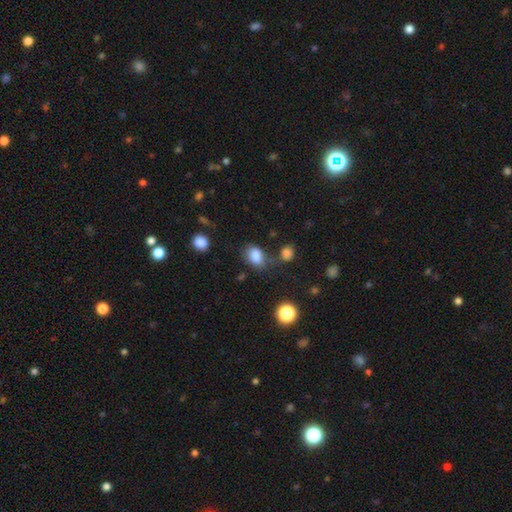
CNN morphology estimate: Smooth or featured? Predicted: smooth (p=0.82). How rounded? Predicted: in between (p=0.76). Merging? Predicted: none (p=0.55).